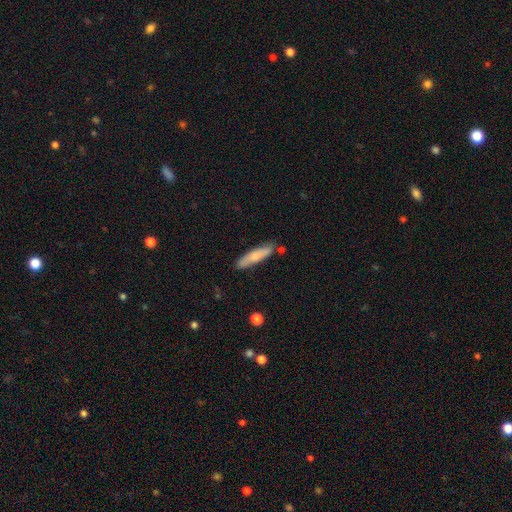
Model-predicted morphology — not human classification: This is likely a smooth galaxy (71%). How rounded: likely cigar-shaped (80%). Merging: likely none (79%).